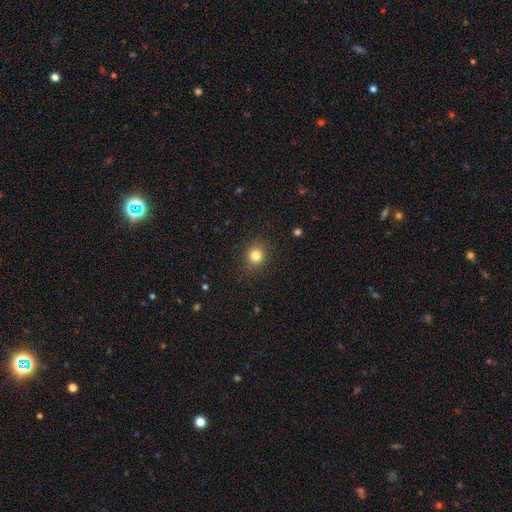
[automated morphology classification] smooth_or_featured: smooth (p=0.81) [alt: star or artifact p=0.12]
how_rounded: round (p=0.79) [alt: in between p=0.20]
merging: none (p=0.88) [alt: minor disturbance p=0.08]